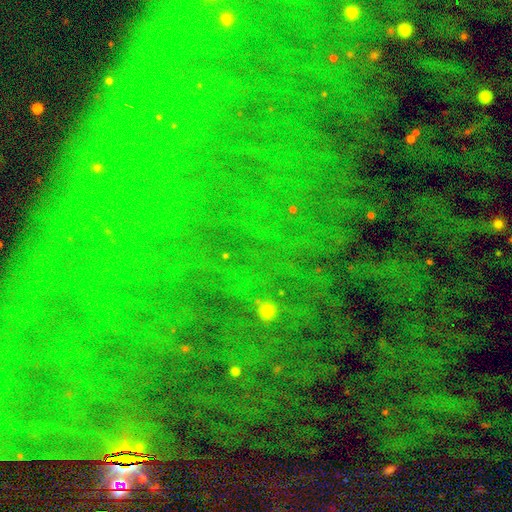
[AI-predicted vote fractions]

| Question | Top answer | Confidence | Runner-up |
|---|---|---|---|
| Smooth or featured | star or artifact | 85% | smooth (8%) |